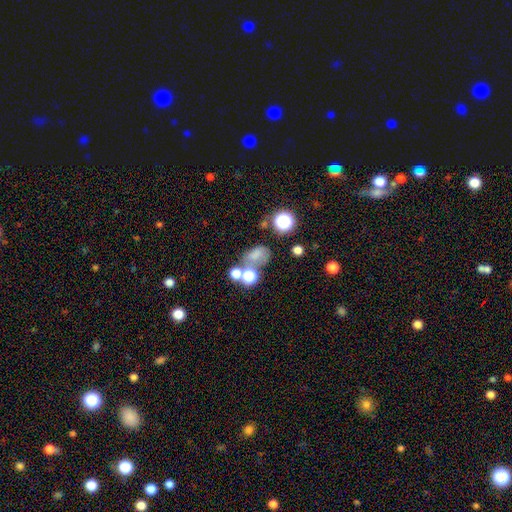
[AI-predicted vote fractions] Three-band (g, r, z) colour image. It shows a smooth galaxy with no disk features (60%) that is in between round and cigar-shaped (60%). Merging: none (39%).